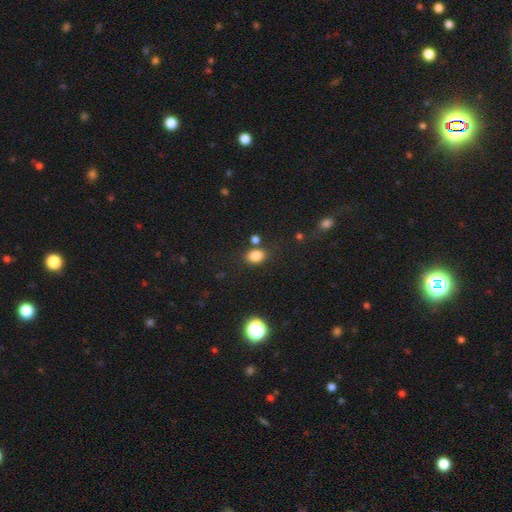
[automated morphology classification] smooth_or_featured: smooth (p=0.82) [alt: star or artifact p=0.12]
how_rounded: in between (p=0.61) [alt: round p=0.38]
merging: none (p=0.75) [alt: minor disturbance p=0.12]